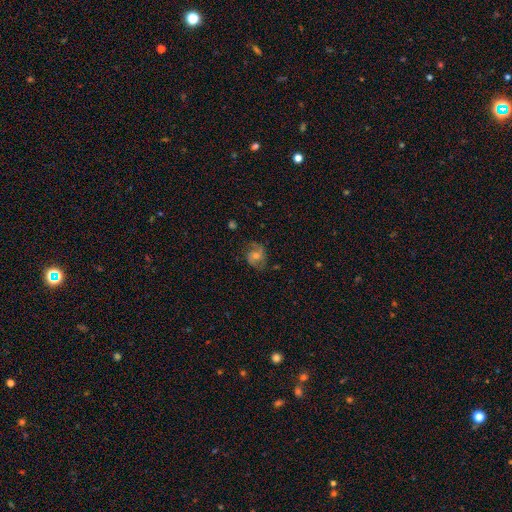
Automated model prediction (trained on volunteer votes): featured or disk 63%, smooth 25%, star or artifact 12%. Down the decision tree: edge-on disk — no (97%); bar — no (61%); spiral arms — yes (89%); spiral arm count — 2 (80%); spiral winding — medium (49%); bulge size — moderate (55%); merging — none (73%).